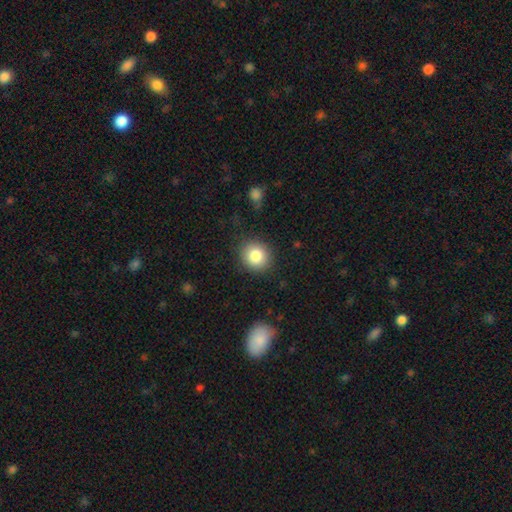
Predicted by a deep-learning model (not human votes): This appears to be a smooth galaxy with no disk features (83%) that is round (85%). Merging: none (87%).